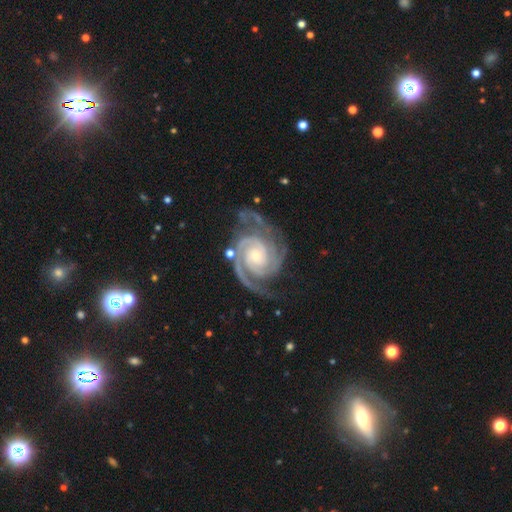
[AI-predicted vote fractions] A featured or disk galaxy (94%) with no bar (71%), 2 (47%) tight (71%) spiral arms (99%) and a small central bulge (63%).

Vote fractions:
- Smooth or featured? featured or disk: 94% / star or artifact: 4% / smooth: 3%
- Edge-on disk? no: 98% / yes: 2%
- Bar? no: 71% / weak: 21% / strong: 9%
- Spiral arms? yes: 99% / no: 1%
- Spiral winding? tight: 71% / medium: 26% / loose: 3%
- Spiral arm count? 2: 47% / 3: 29% / 4: 8% / can't tell: 7% / more than 4: 5% / 1: 5%
- Bulge size? small: 63% / moderate: 31% / large: 3% / none: 2% / dominant: 1%
- Merging? none: 69% / minor disturbance: 18% / major disturbance: 9% / merger: 3%